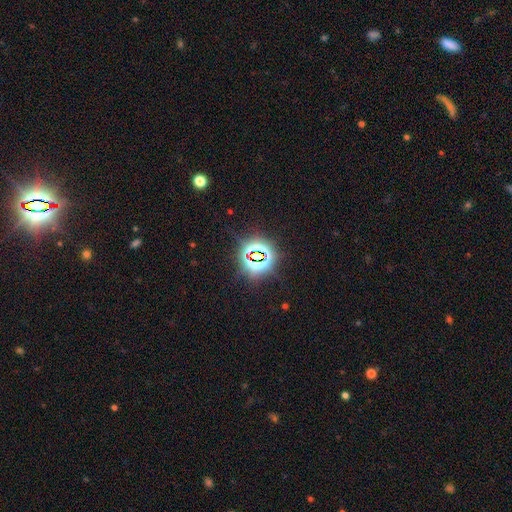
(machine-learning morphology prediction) The model was most divided on "smooth or featured": star or artifact: 78%, smooth: 14%, featured or disk: 8%.